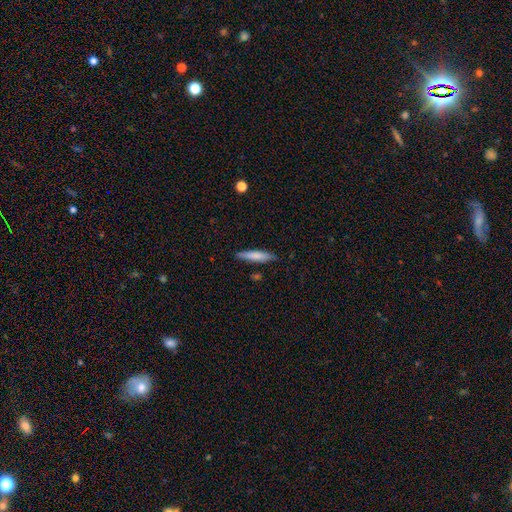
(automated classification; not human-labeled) Morphology: type=smooth (74%); roundness=cigar-shaped (86%); merging=none (84%).